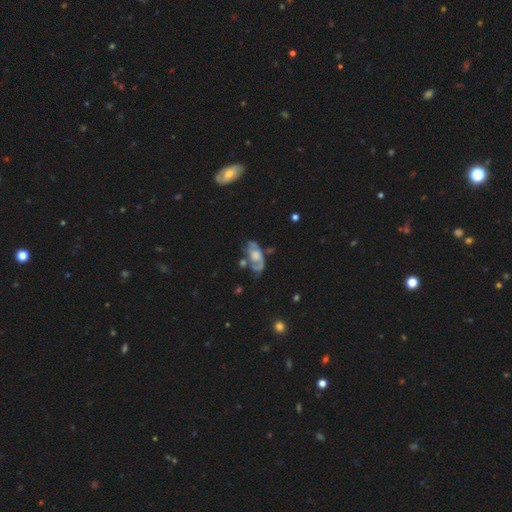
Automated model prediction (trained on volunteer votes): smooth-or-featured: featured or disk: 77% | smooth: 17% | star or artifact: 6%
  disk-edge-on: no: 94% | yes: 6%
    bar: no: 71% | weak: 24% | strong: 5%
    has-spiral-arms: yes: 86% | no: 14%
      spiral-winding: medium: 43% | tight: 37% | loose: 20%
      spiral-arm-count: 2: 69% | can't tell: 15% | 1: 10% | 3: 3% | 4: 1% | more than 4: 1%
    bulge-size: moderate: 38% | large: 28% | small: 18% | none: 13% | dominant: 3%
  merging: none: 54% | minor disturbance: 24% | major disturbance: 15% | merger: 7%